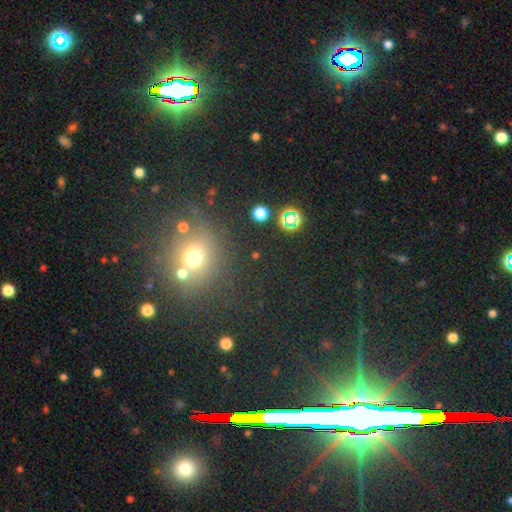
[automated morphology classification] The model was most divided on "smooth or featured": smooth: 49%, star or artifact: 42%, featured or disk: 10%. More confident: merging — none (75%).